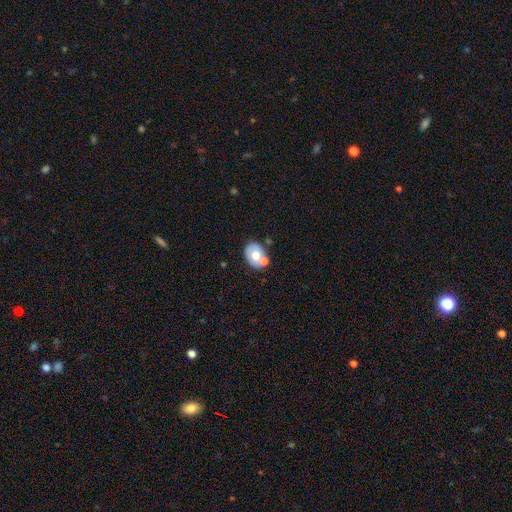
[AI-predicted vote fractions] A smooth galaxy with no disk features (58%) that is in between round and cigar-shaped (65%). Merging: none (54%).